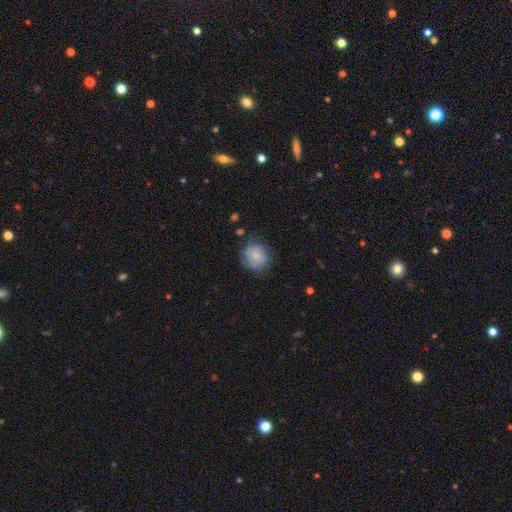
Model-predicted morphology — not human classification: A smooth galaxy with no disk features (74%) that is round (82%).

Vote fractions:
- Smooth or featured? smooth: 74% / featured or disk: 17% / star or artifact: 8%
- How rounded? round: 82% / in between: 17% / cigar-shaped: 1%
- Merging? none: 70% / minor disturbance: 22% / major disturbance: 6% / merger: 2%